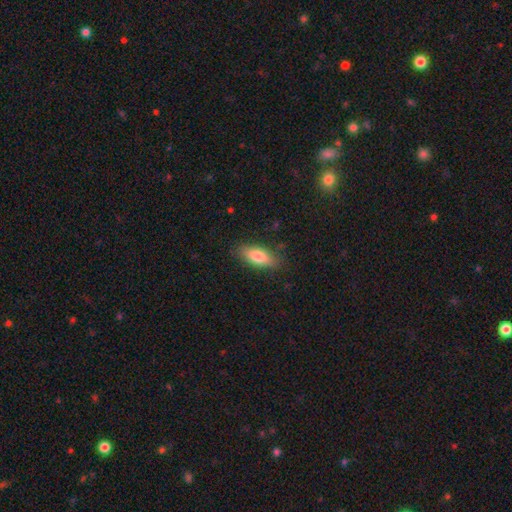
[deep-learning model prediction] Smooth or featured: smooth — 78% (featured or disk — 16%)
How rounded: in between — 71% (cigar-shaped — 27%)
Merging: none — 84% (minor disturbance — 12%)